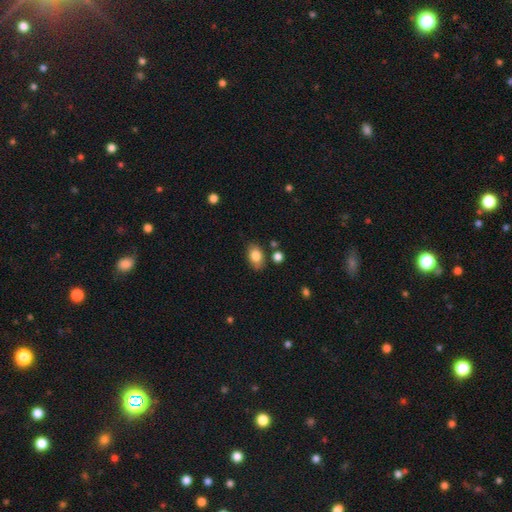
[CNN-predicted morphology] smooth_or_featured: smooth (p=0.83) [alt: featured or disk p=0.09]
how_rounded: in between (p=0.84) [alt: round p=0.15]
merging: none (p=0.78) [alt: minor disturbance p=0.14]